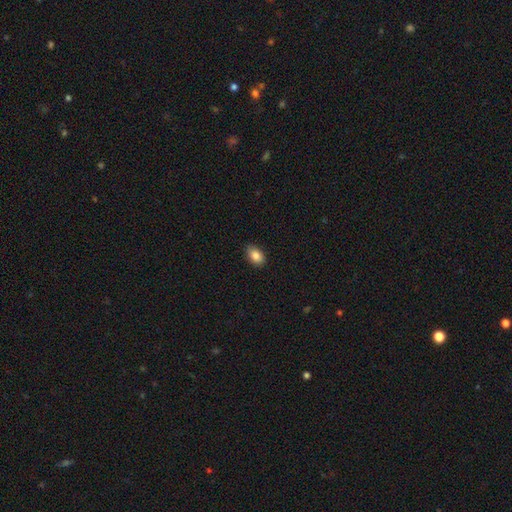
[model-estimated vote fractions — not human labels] Morphology: type=smooth (86%); roundness=in between (87%); merging=none (87%).